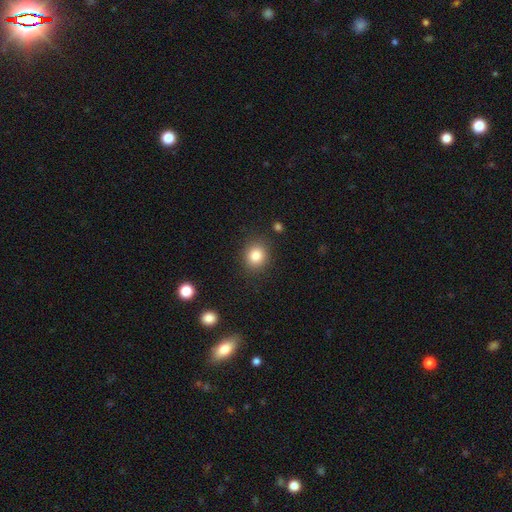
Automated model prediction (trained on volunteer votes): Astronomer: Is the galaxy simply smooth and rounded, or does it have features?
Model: smooth — 84%.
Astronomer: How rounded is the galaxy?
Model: round — 77%.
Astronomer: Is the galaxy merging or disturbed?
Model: none — 87%.